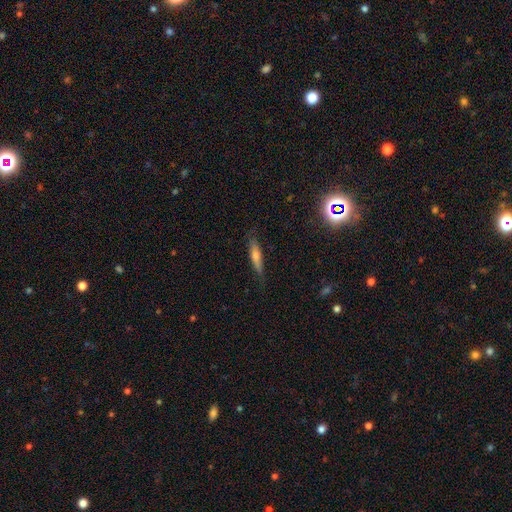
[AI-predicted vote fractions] A smooth galaxy with no disk features (58%) that is cigar-shaped (84%). Merging: none (81%).